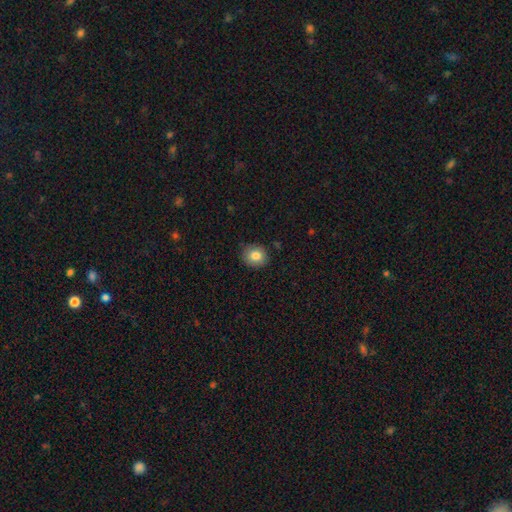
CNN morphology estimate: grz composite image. It shows a smooth galaxy with no disk features (83%) that is round (78%). Merging: none (86%).